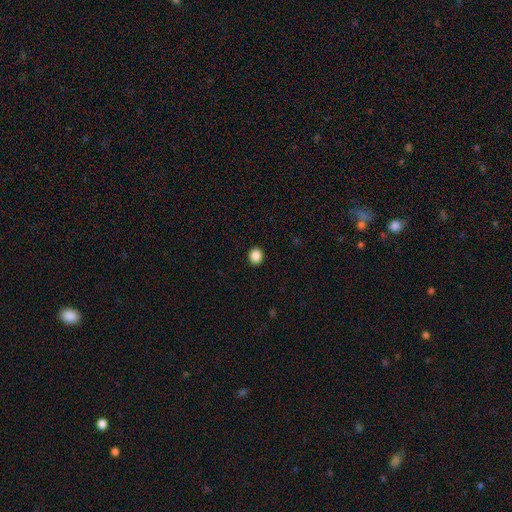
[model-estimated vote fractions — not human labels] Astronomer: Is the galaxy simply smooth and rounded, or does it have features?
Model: smooth — 88%.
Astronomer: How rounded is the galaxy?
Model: round — 74%.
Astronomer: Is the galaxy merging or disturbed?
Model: none — 92%.